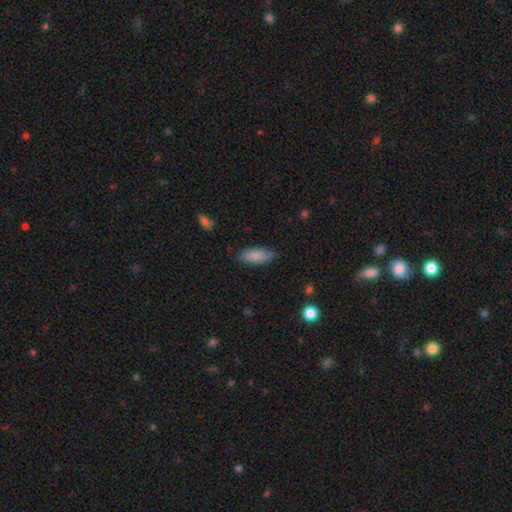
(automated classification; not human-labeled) Smooth or featured? Predicted: smooth (p=0.84). How rounded? Predicted: in between (p=0.83). Merging? Predicted: none (p=0.77).